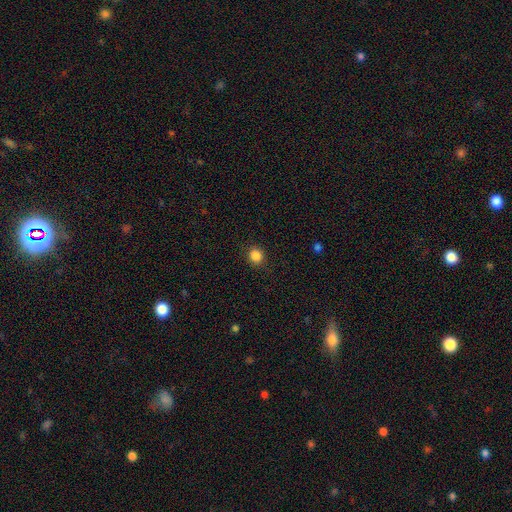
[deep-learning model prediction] This appears to be a smooth galaxy with no disk features (86%) that is round (85%). Merging: none (90%).